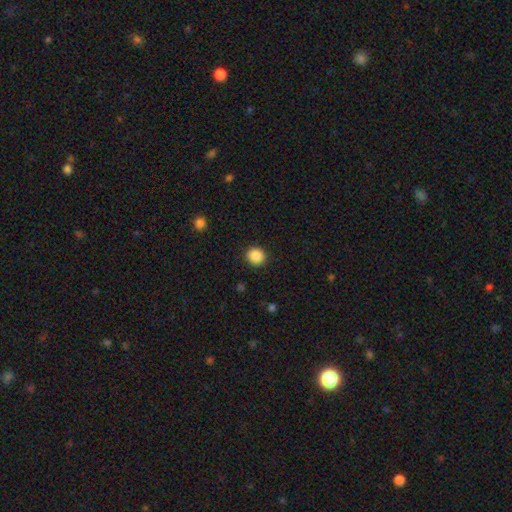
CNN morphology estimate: The model was most divided on "how rounded": round: 86%, in between: 13%, cigar-shaped: 1%. More confident: merging — none (91%); smooth or featured — smooth (88%).